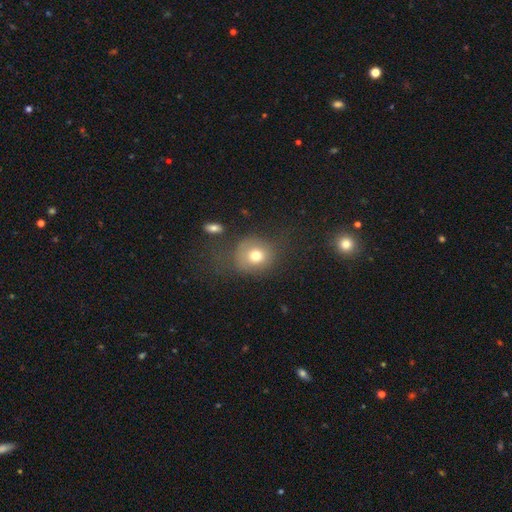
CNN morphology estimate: smooth-or-featured: smooth: 74% | featured or disk: 15% | star or artifact: 12%
  how-rounded: round: 74% | in between: 25% | cigar-shaped: 1%
  merging: none: 55% | major disturbance: 21% | minor disturbance: 20% | merger: 4%